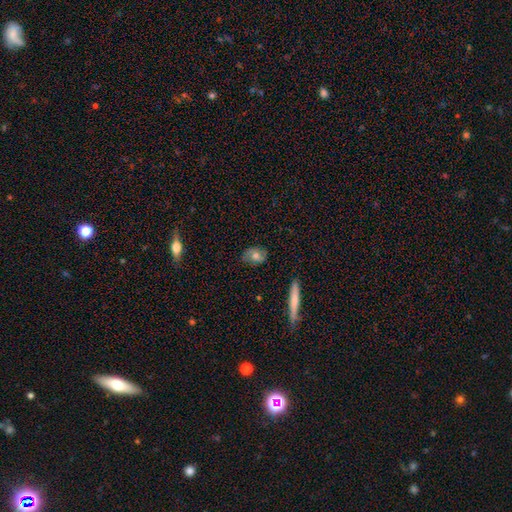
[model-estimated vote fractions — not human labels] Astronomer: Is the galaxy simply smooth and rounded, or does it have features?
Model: smooth — 59%.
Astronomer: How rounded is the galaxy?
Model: in between — 73%.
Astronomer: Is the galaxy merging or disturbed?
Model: none — 80%.